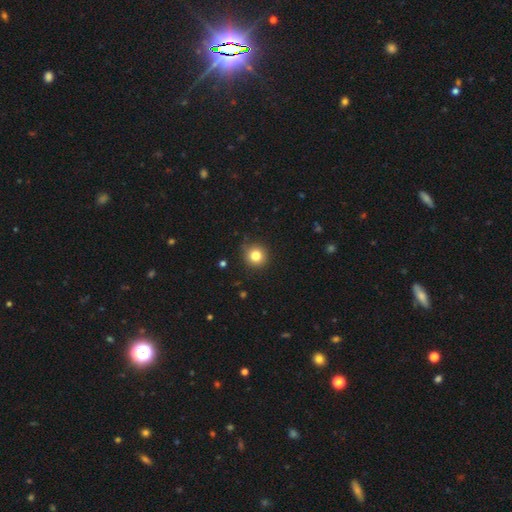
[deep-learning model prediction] smooth_or_featured: smooth (p=0.82) [alt: star or artifact p=0.11]
how_rounded: round (p=0.92) [alt: in between p=0.07]
merging: none (p=0.87) [alt: minor disturbance p=0.09]